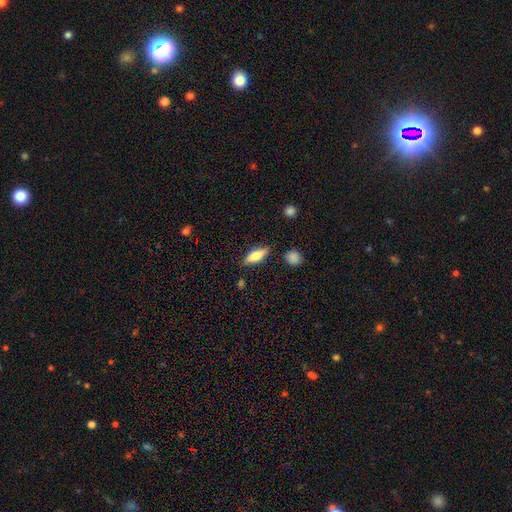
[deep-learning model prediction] Overall: smooth (68%). How rounded: in between (64%; cigar-shaped 33%). Merging: none (83%).